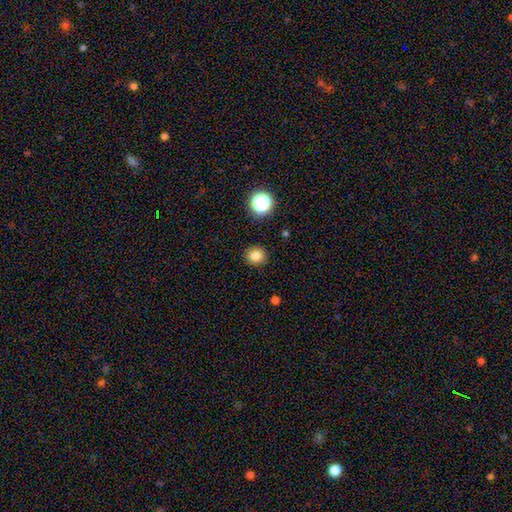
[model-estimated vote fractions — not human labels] This is clearly a smooth galaxy (82%). How rounded: clearly round (85%). Merging: clearly none (90%).